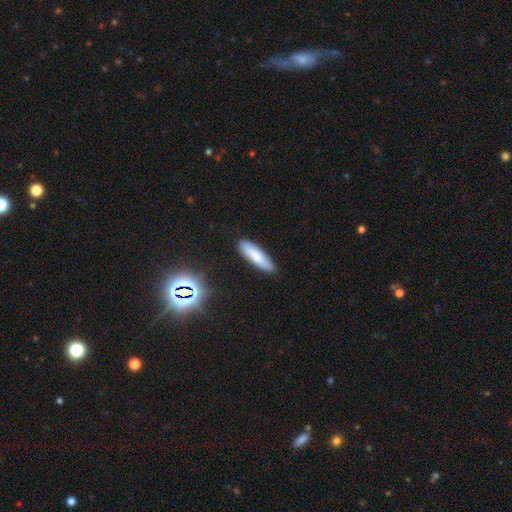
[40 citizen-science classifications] This appears to be a smooth galaxy with no disk features (78%) that is cigar-shaped (58%). Merging: none (97%).